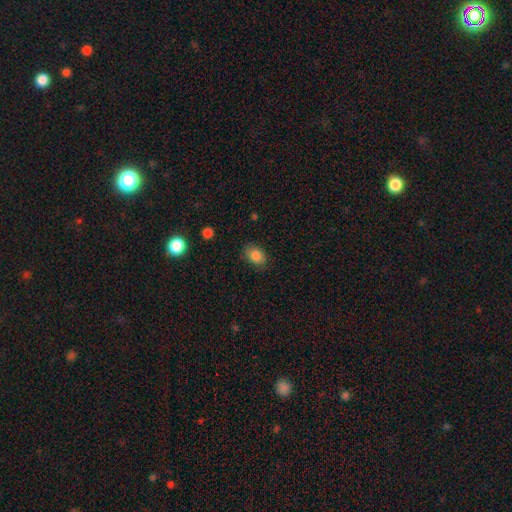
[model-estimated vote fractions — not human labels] The model was most divided on "how rounded": in between: 75%, round: 24%, cigar-shaped: 1%. More confident: smooth or featured — smooth (84%); merging — none (83%).